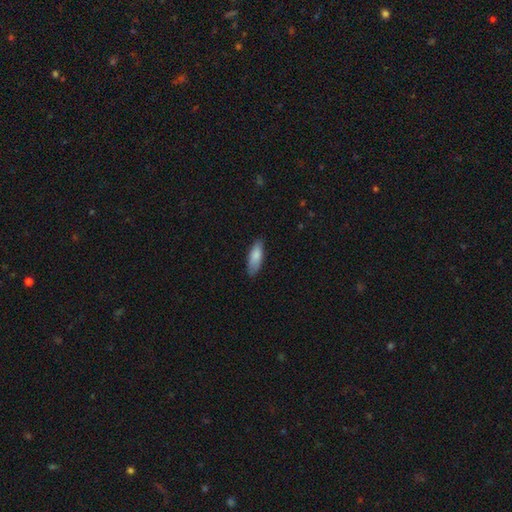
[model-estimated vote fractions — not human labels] smooth-or-featured: smooth: 84% | featured or disk: 10% | star or artifact: 6%
  how-rounded: in between: 64% | cigar-shaped: 35% | round: 2%
  merging: none: 82% | minor disturbance: 15% | major disturbance: 2% | merger: 1%